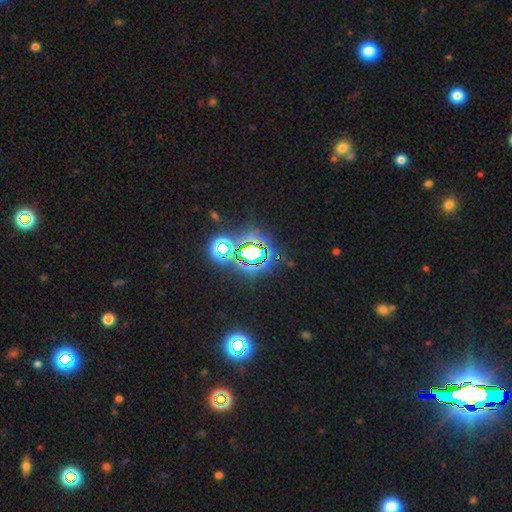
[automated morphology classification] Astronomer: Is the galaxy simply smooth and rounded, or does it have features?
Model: star or artifact — 74%.